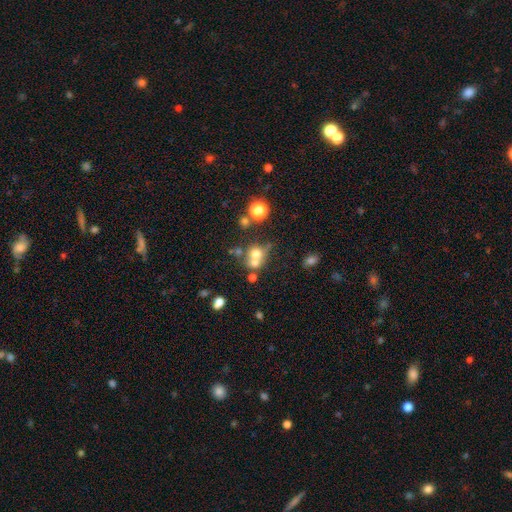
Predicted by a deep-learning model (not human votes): smooth-or-featured: smooth: 62% | featured or disk: 21% | star or artifact: 17%
  how-rounded: round: 80% | in between: 19% | cigar-shaped: 1%
  merging: merger: 48% | none: 37% | minor disturbance: 9% | major disturbance: 6%